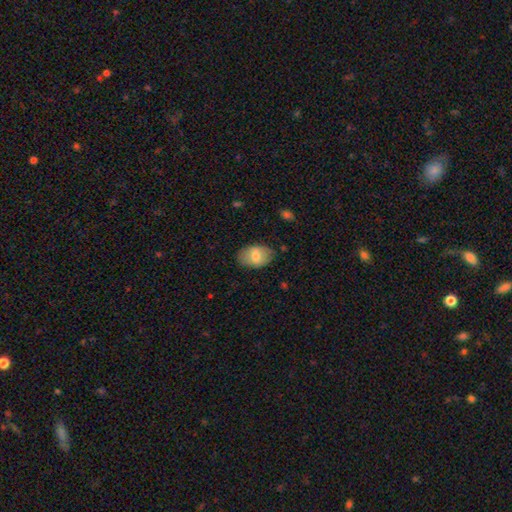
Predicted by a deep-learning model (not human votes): Smooth or featured? Predicted: smooth (p=0.68). How rounded? Predicted: in between (p=0.88). Merging? Predicted: none (p=0.80).